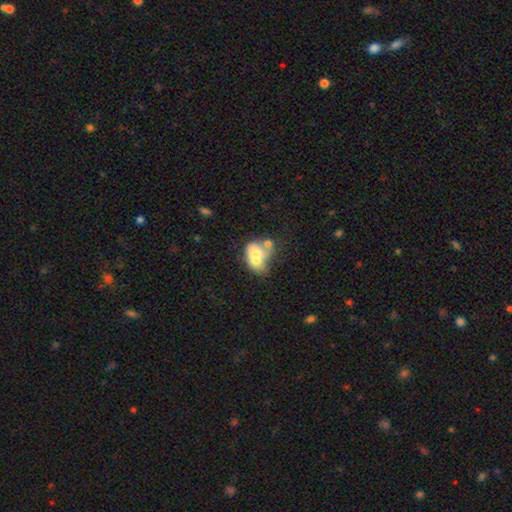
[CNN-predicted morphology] This is possibly a smooth galaxy (59%). How rounded: likely in between (68%). Merging: possibly merger (60%).